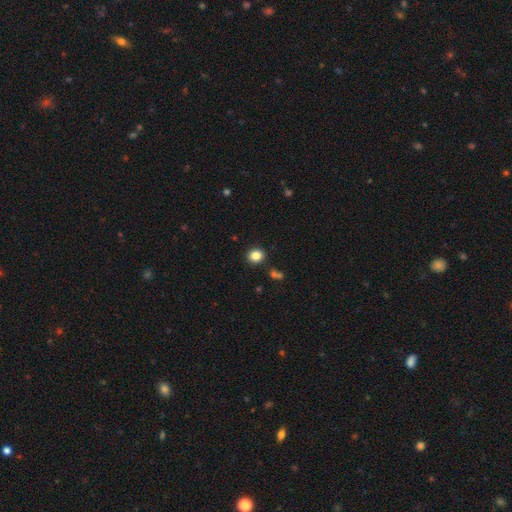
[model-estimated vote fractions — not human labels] Smooth or featured? smooth (84%)
How rounded? round (79%)
Merging? none (88%)